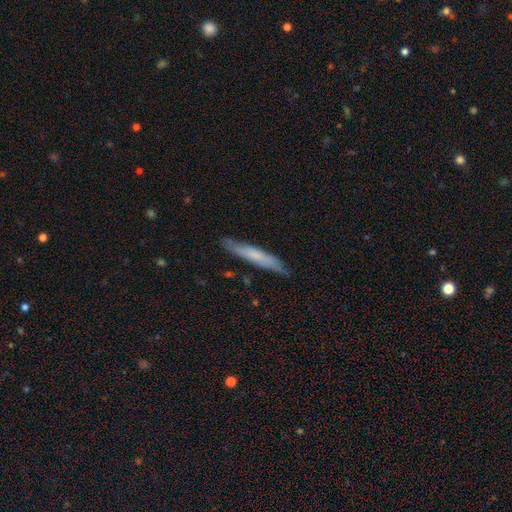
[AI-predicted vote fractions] smooth 57%, featured or disk 38%, star or artifact 6%. Down the decision tree: how rounded — cigar-shaped (94%); merging — none (84%).